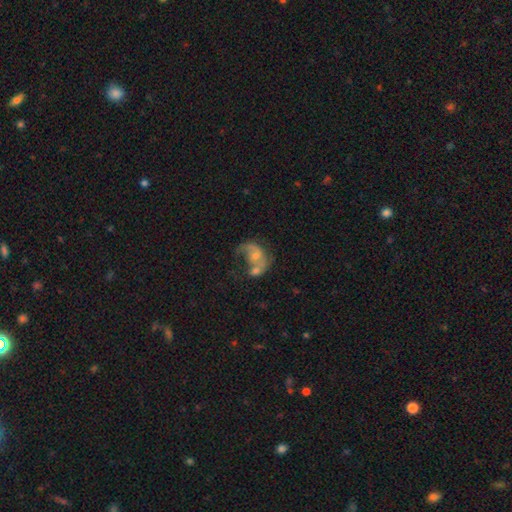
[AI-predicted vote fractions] Morphology: type=featured or disk (65%); edge-on=no (98%); bar=no (73%); spiral arms=yes (72%); bulge=small (43%); merging=merger (47%).